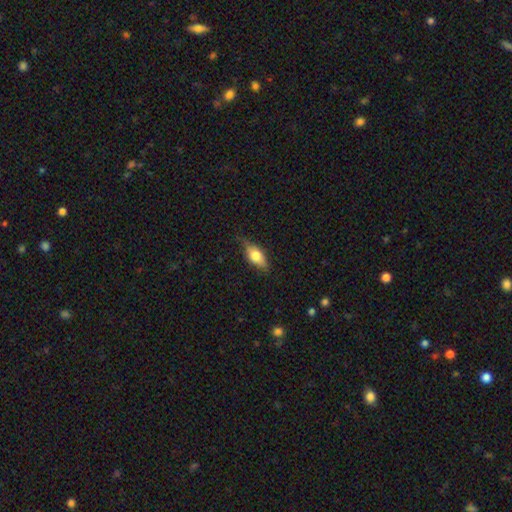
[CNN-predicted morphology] smooth_or_featured: smooth (p=0.69) [alt: featured or disk p=0.25]
how_rounded: in between (p=0.80) [alt: cigar-shaped p=0.15]
merging: none (p=0.72) [alt: minor disturbance p=0.23]